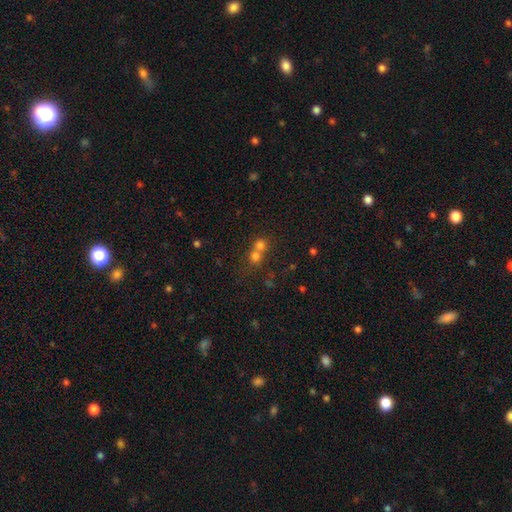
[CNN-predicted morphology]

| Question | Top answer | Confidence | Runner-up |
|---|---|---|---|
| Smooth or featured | smooth | 66% | star or artifact (20%) |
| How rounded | round | 84% | in between (15%) |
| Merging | merger | 57% | none (36%) |